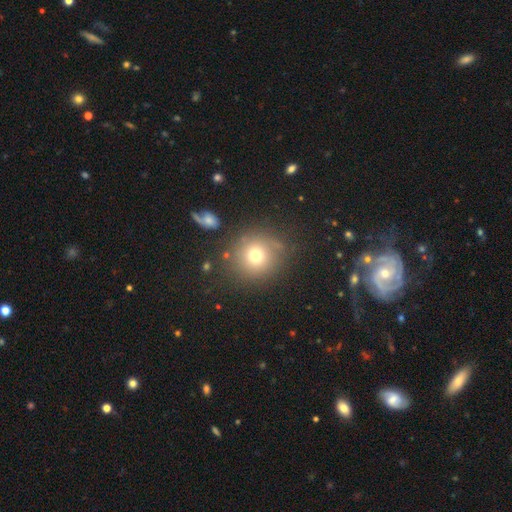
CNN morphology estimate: Smooth or featured? Predicted: smooth (p=0.71). How rounded? Predicted: round (p=0.90). Merging? Predicted: none (p=0.79).